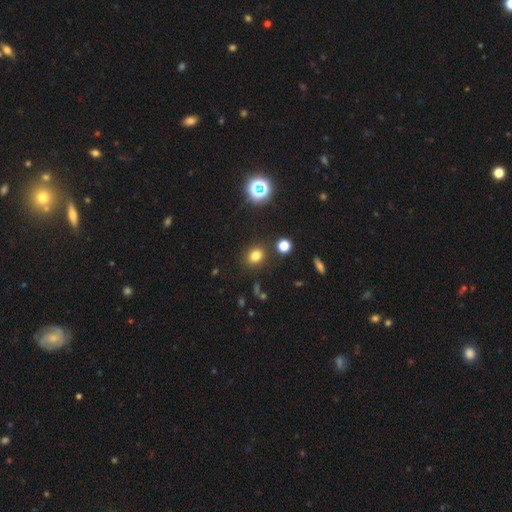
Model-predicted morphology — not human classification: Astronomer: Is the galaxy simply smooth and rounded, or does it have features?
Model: smooth — 76%.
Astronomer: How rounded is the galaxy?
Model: round — 67%.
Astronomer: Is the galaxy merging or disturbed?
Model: none — 85%.